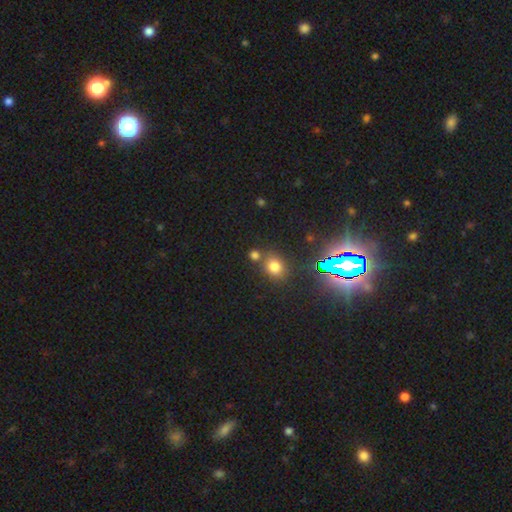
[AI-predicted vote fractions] This appears to be a smooth galaxy with no disk features (64%) that is round (71%). Merging: none (68%).